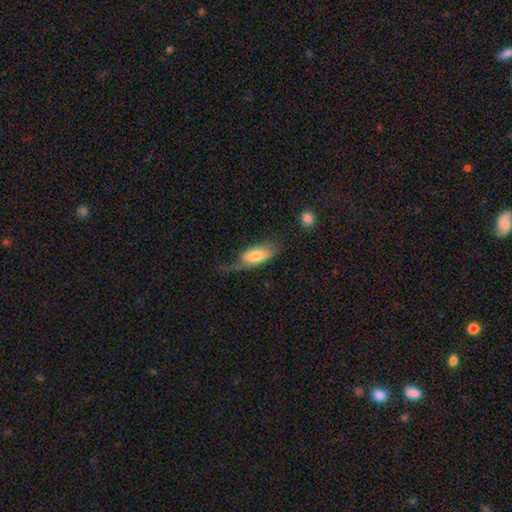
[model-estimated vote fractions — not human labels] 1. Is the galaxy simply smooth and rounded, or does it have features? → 62% smooth, 32% featured or disk, 6% star or artifact.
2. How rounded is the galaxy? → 78% in between, 19% cigar-shaped, 3% round.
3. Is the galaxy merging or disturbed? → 39% major disturbance, 31% none, 26% minor disturbance, 4% merger.